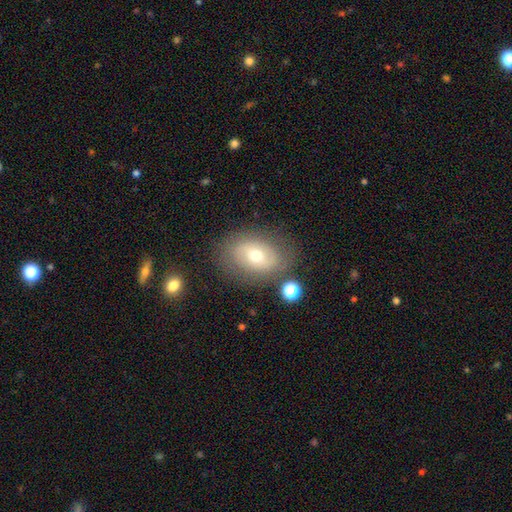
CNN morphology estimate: A smooth galaxy with no disk features (51%) that is in between round and cigar-shaped (73%).

Vote fractions:
- Smooth or featured? smooth: 51% / featured or disk: 39% / star or artifact: 11%
- How rounded? in between: 73% / round: 26% / cigar-shaped: 1%
- Merging? none: 74% / minor disturbance: 15% / major disturbance: 7% / merger: 4%